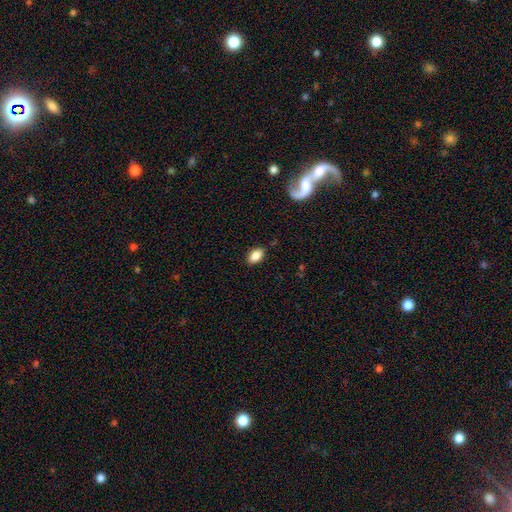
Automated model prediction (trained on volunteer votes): Smooth or featured?
  - smooth: 86% *
  - star or artifact: 8%
  - featured or disk: 6%
How rounded?
  - in between: 91% *
  - round: 7%
  - cigar-shaped: 2%
Merging?
  - none: 87% *
  - minor disturbance: 10%
  - major disturbance: 2%
  - merger: 1%